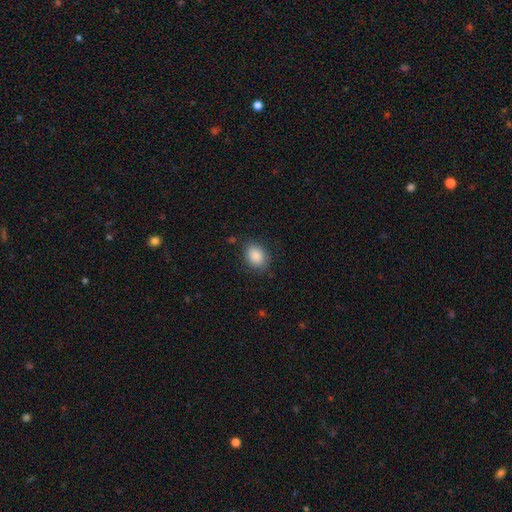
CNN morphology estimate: This appears to be a smooth galaxy with no disk features (88%) that is in between round and cigar-shaped (68%). Merging: none (81%).